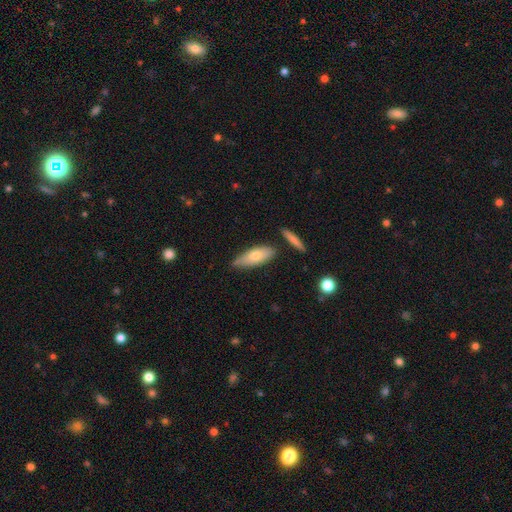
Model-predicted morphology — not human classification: The model was most divided on "how rounded": in between: 63%, cigar-shaped: 35%, round: 2%. More confident: smooth or featured — smooth (71%); merging — none (68%).